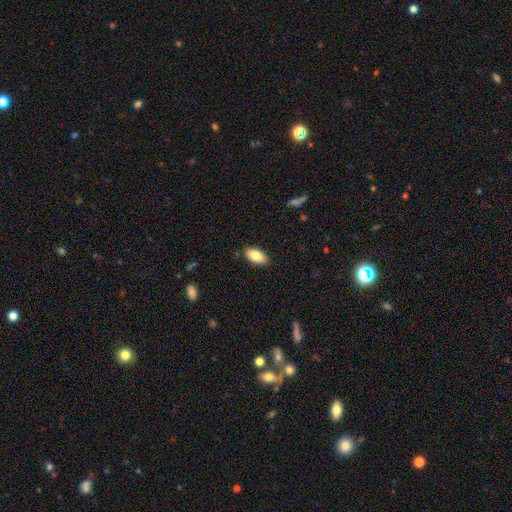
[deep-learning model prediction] This appears to be a smooth galaxy with no disk features (82%) that is in between round and cigar-shaped (93%). Merging: none (87%).